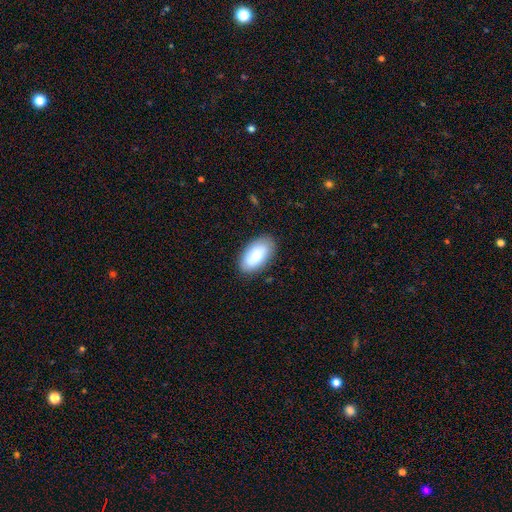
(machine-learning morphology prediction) A smooth galaxy with no disk features (82%) that is in between round and cigar-shaped (95%).

Vote fractions:
- Smooth or featured? smooth: 82% / featured or disk: 11% / star or artifact: 6%
- How rounded? in between: 95% / round: 3% / cigar-shaped: 3%
- Merging? none: 84% / minor disturbance: 12% / major disturbance: 3% / merger: 1%